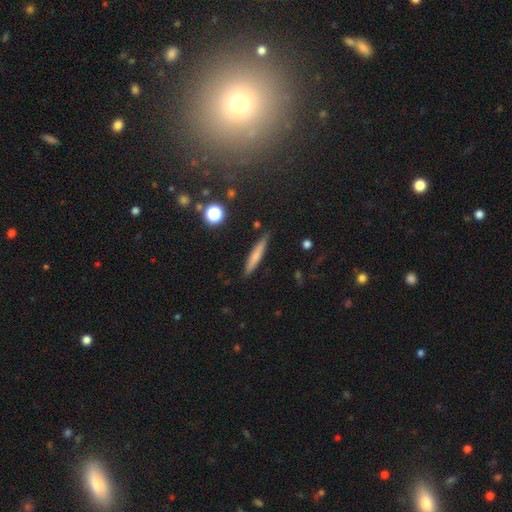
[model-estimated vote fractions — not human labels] Morphology: type=smooth (64%); roundness=cigar-shaped (92%); merging=none (84%).